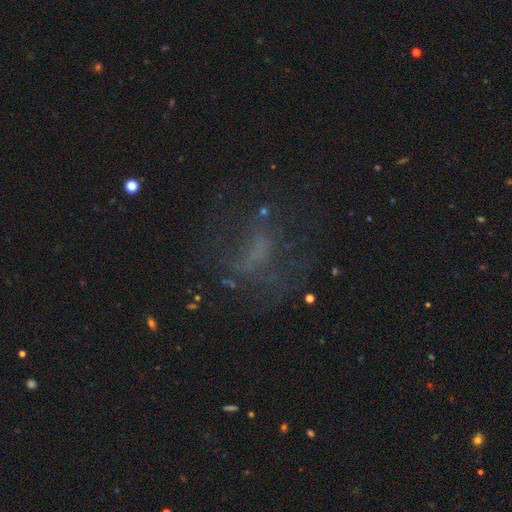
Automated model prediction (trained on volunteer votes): Q: Smooth or featured?
A: featured or disk (44%); runner-up: star or artifact (29%)
Q: Merging?
A: none (48%); runner-up: major disturbance (32%)